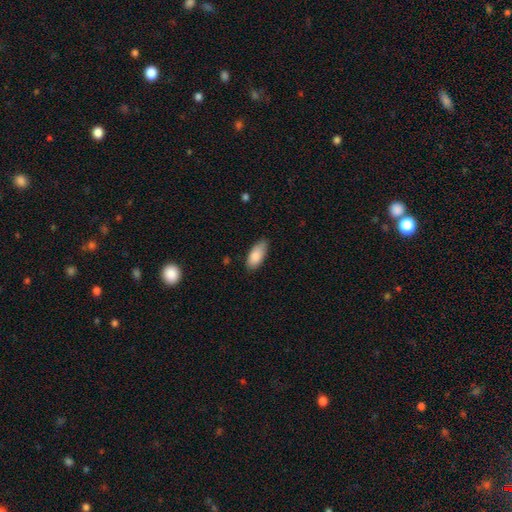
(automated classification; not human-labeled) Q: Smooth or featured?
A: smooth (87%); runner-up: featured or disk (7%)
Q: How rounded?
A: in between (88%); runner-up: cigar-shaped (10%)
Q: Merging?
A: none (81%); runner-up: minor disturbance (16%)